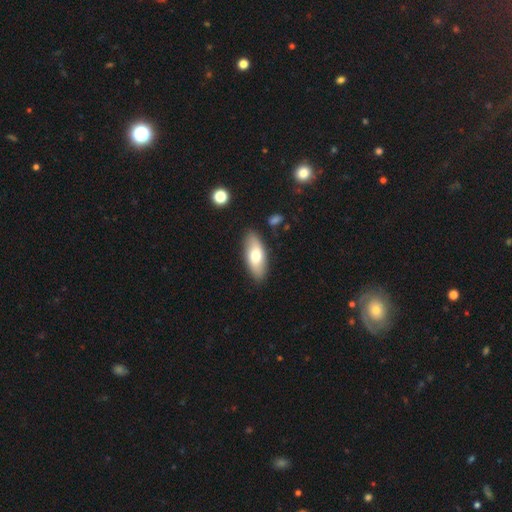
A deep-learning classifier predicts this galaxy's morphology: Overall: smooth (70%). How rounded: in between (84%). Merging: none (86%).